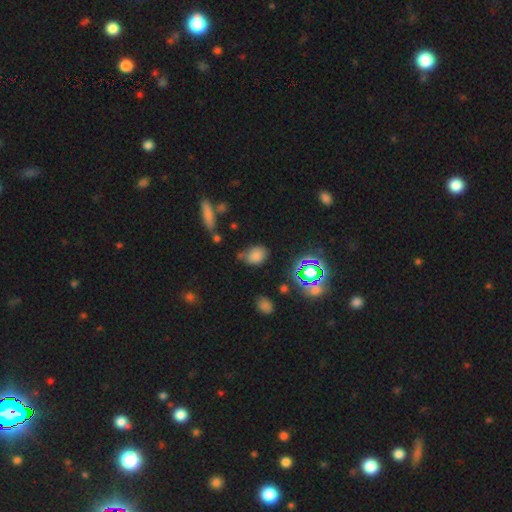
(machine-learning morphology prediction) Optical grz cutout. It shows a smooth galaxy with no disk features (73%) that is in between round and cigar-shaped (67%). Merging: none (65%).